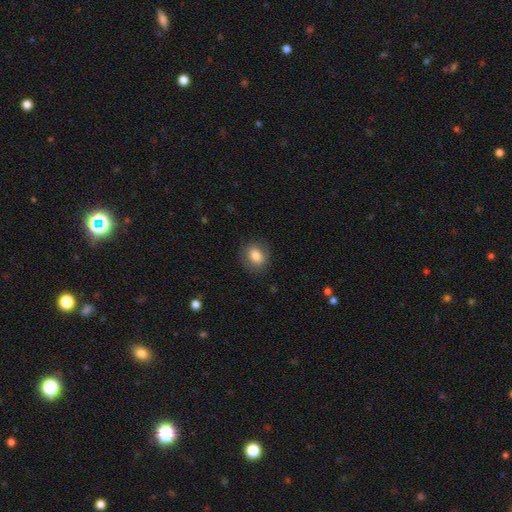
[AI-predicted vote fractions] Smooth or featured?
  - smooth: 80% *
  - featured or disk: 11%
  - star or artifact: 9%
How rounded?
  - round: 64% *
  - in between: 35%
  - cigar-shaped: 1%
Merging?
  - none: 83% *
  - minor disturbance: 12%
  - major disturbance: 4%
  - merger: 1%